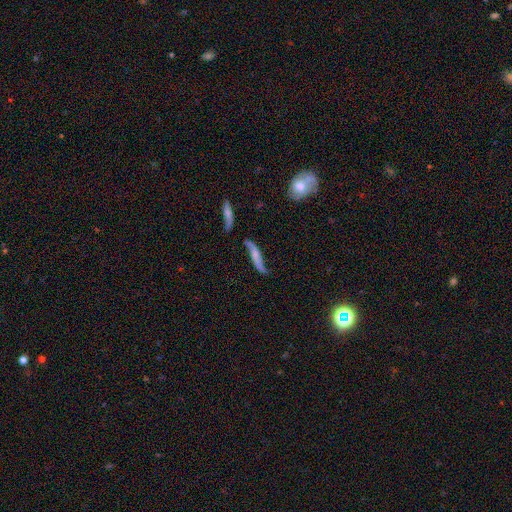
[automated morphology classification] type=featured or disk (70%); edge-on=no (71%); merging=none (58%).